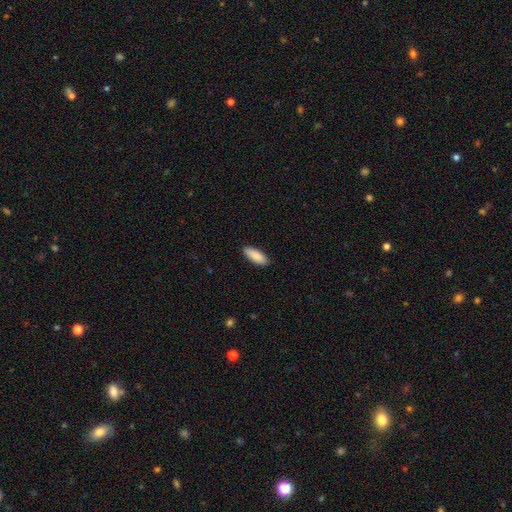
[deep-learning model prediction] Smooth or featured? smooth (89%)
How rounded? in between (73%)
Merging? none (90%)